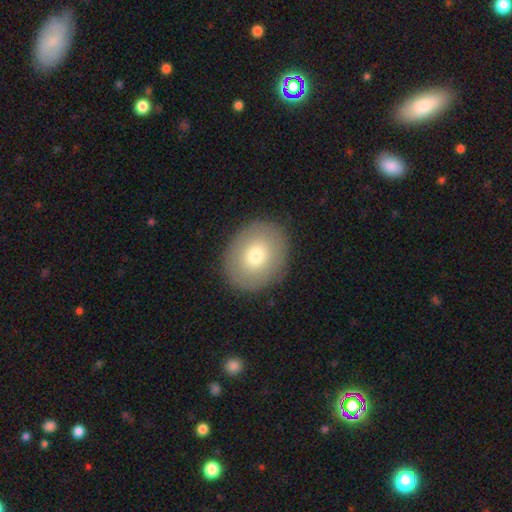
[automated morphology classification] This is likely a smooth galaxy (72%). How rounded: possibly round (57%). Merging: clearly none (89%).